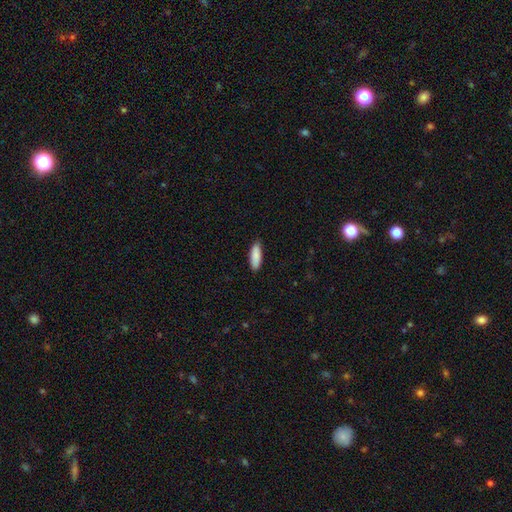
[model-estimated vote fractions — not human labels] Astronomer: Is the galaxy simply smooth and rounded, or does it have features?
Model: smooth — 89%.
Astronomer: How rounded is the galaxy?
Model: in between — 57% (runner-up: cigar-shaped, 41%).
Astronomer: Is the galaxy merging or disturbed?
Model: none — 84%.